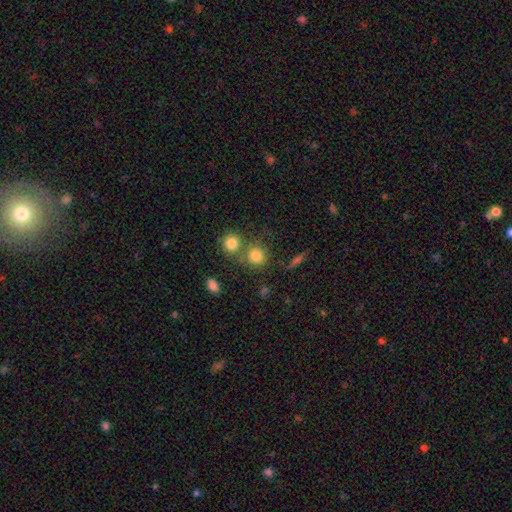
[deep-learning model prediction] The model was most divided on "merging": none: 58%, merger: 29%, minor disturbance: 9%, major disturbance: 4%. More confident: how rounded — round (86%); smooth or featured — smooth (80%).